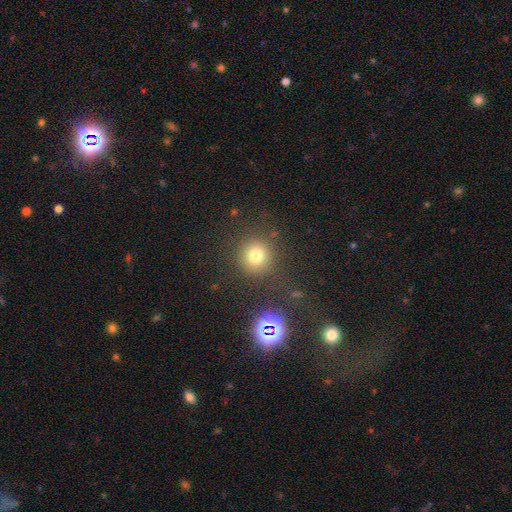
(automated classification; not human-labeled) The model was most divided on "smooth or featured": smooth: 75%, star or artifact: 17%, featured or disk: 8%. More confident: how rounded — round (91%); merging — none (83%).